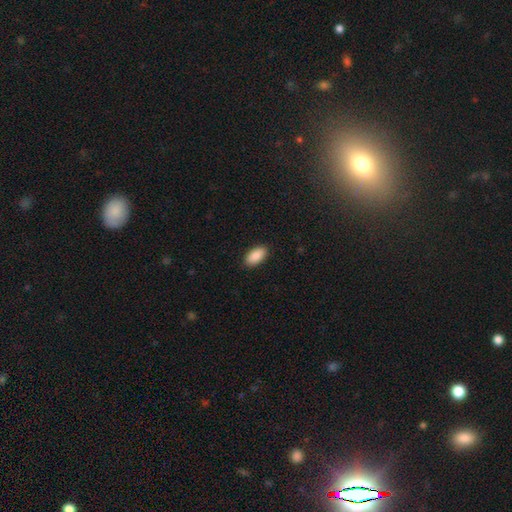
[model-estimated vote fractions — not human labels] Smooth or featured? smooth (89%)
How rounded? in between (94%)
Merging? none (90%)